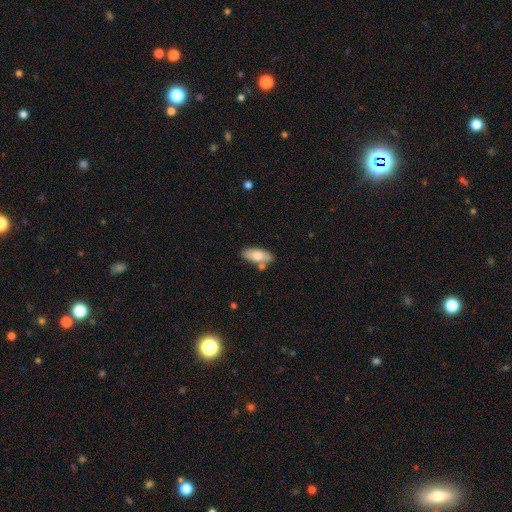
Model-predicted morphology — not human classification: This appears to be a smooth galaxy with no disk features (75%) that is in between round and cigar-shaped (83%). Merging: none (73%).